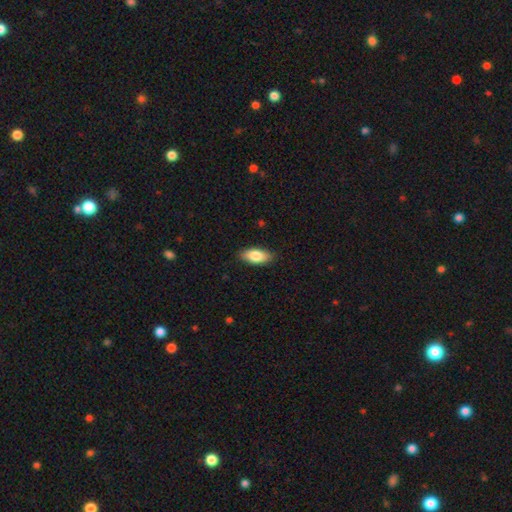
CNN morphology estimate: Smooth or featured? smooth (82%)
How rounded? in between (87%)
Merging? none (86%)